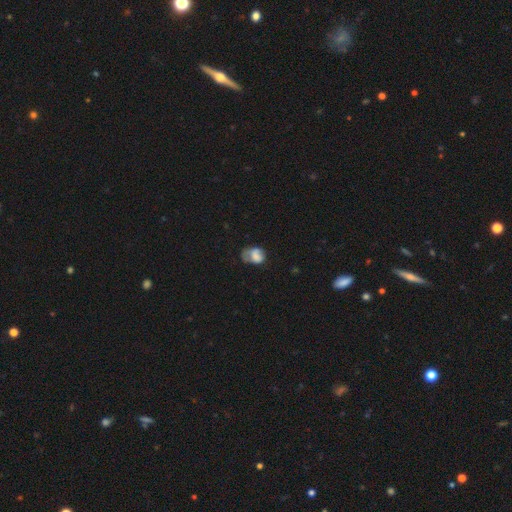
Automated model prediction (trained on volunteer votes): Smooth or featured? smooth (62%)
How rounded? in between (65%)
Merging? major disturbance (32%, tied with minor disturbance)